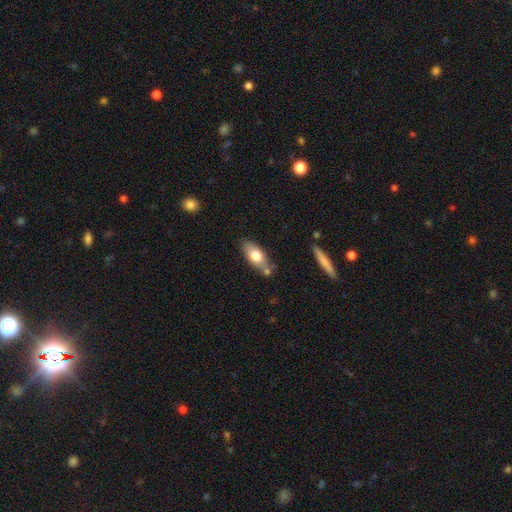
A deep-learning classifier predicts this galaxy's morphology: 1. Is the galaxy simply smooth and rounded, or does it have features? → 71% smooth, 22% featured or disk, 7% star or artifact.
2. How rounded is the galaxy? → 84% in between, 11% cigar-shaped, 4% round.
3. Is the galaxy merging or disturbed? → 67% none, 18% minor disturbance, 11% merger, 4% major disturbance.